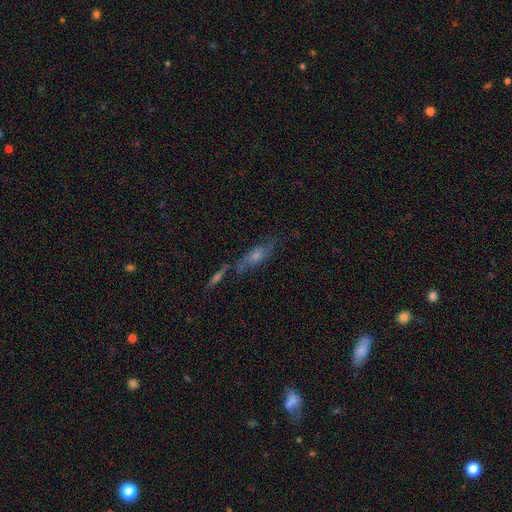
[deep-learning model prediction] A featured or disk galaxy (55%). Merging: none (54%).